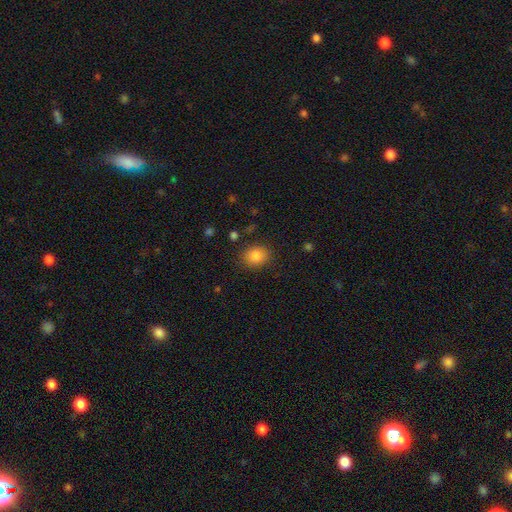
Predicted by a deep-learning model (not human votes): smooth-or-featured: smooth: 84% | star or artifact: 10% | featured or disk: 6%
  how-rounded: round: 61% | in between: 38% | cigar-shaped: 1%
  merging: none: 84% | minor disturbance: 11% | major disturbance: 4% | merger: 2%